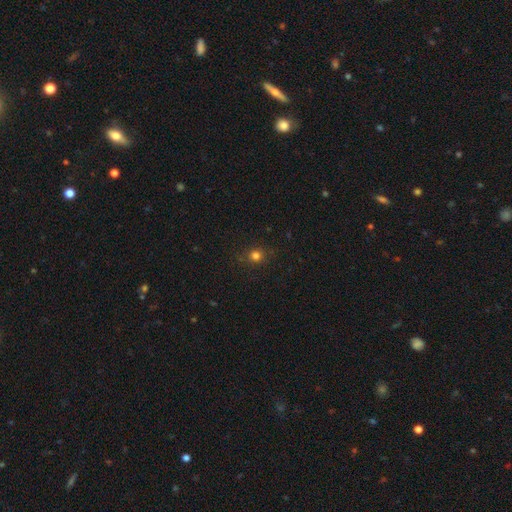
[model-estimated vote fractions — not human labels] Smooth or featured? Predicted: smooth (p=0.77). How rounded? Predicted: round (p=0.88). Merging? Predicted: none (p=0.88).